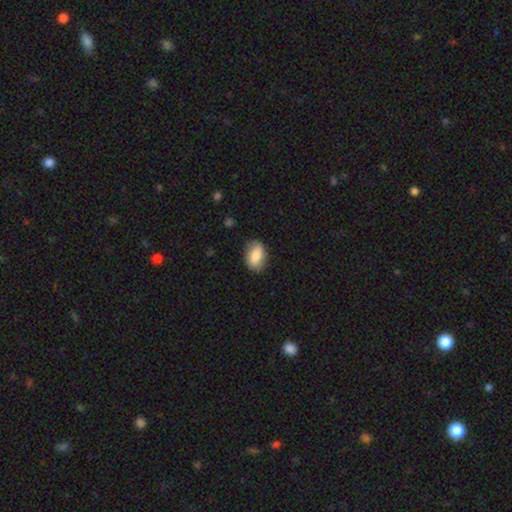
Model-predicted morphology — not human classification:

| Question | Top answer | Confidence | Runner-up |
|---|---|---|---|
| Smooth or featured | smooth | 85% | featured or disk (9%) |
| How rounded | in between | 86% | round (12%) |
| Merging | none | 80% | minor disturbance (16%) |